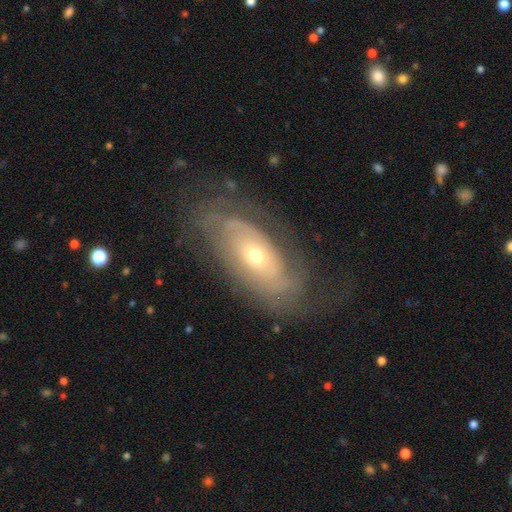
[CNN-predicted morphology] Q: Smooth or featured?
A: featured or disk (75%); runner-up: smooth (19%)
Q: Edge-on disk?
A: no (90%); runner-up: yes (10%)
Q: Bar?
A: no (77%); runner-up: weak (18%)
Q: Spiral arms?
A: yes (80%); runner-up: no (20%)
Q: Spiral winding?
A: tight (62%); runner-up: medium (26%)
Q: Spiral arm count?
A: can't tell (43%); runner-up: 2 (37%)
Q: Bulge size?
A: moderate (49%); runner-up: small (46%)
Q: Merging?
A: none (67%); runner-up: minor disturbance (20%)